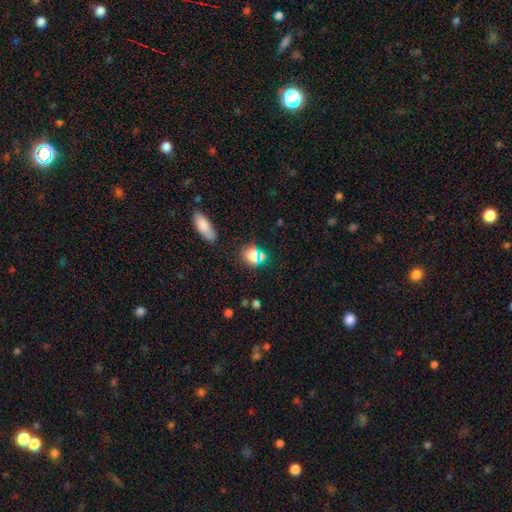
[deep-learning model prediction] Smooth or featured? Predicted: smooth (p=0.67). How rounded? Predicted: round (p=0.67). Merging? Predicted: none (p=0.81).